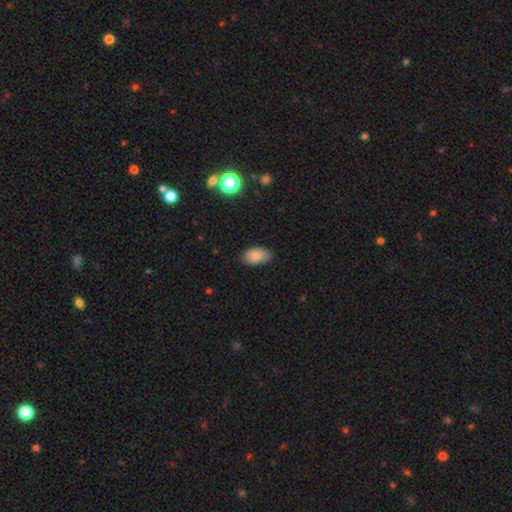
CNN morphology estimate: Smooth or featured? Predicted: smooth (p=0.82). How rounded? Predicted: in between (p=0.93). Merging? Predicted: none (p=0.76).